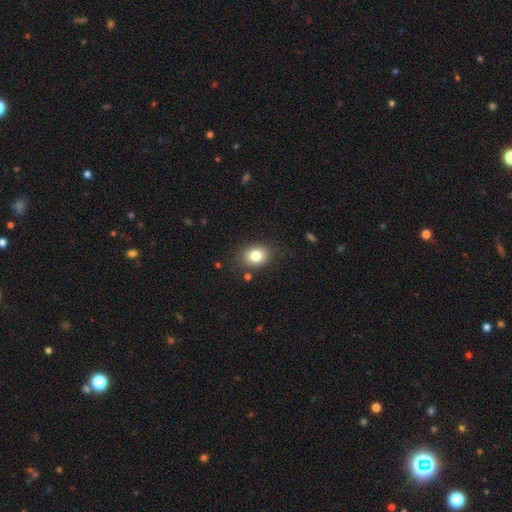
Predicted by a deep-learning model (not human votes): smooth 81%, star or artifact 10%, featured or disk 9%. Down the decision tree: how rounded — in between (56%); merging — none (80%).